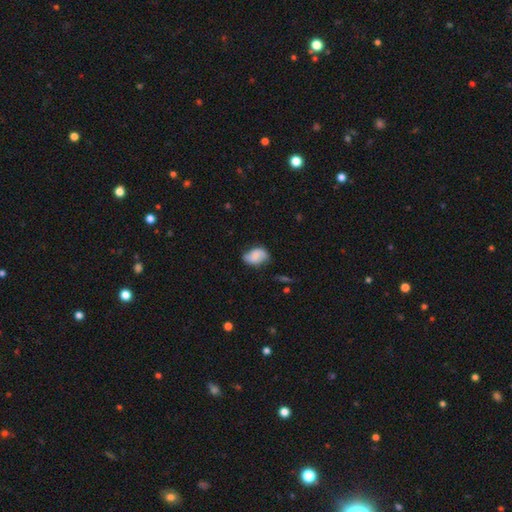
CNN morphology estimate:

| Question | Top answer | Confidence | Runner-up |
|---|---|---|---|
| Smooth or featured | smooth | 67% | featured or disk (24%) |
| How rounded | in between | 85% | round (13%) |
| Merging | none | 64% | minor disturbance (28%) |